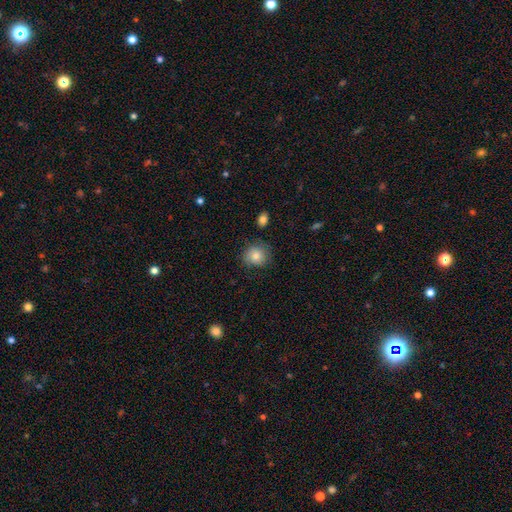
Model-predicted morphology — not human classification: Smooth or featured? smooth (80%)
How rounded? round (83%)
Merging? none (75%)